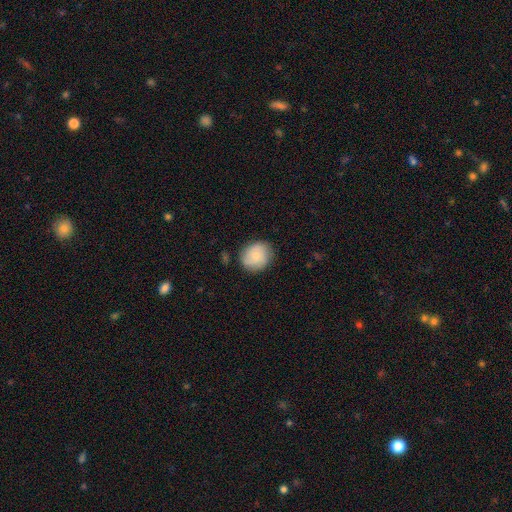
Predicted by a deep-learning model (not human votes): Morphology: type=smooth (76%); roundness=round (75%); merging=none (81%).